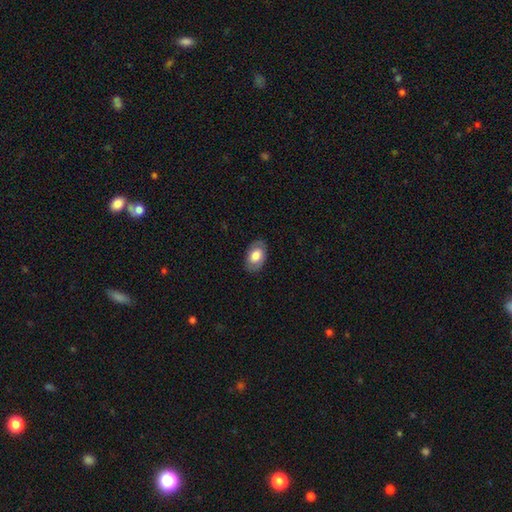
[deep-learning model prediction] Overall: smooth (72%). How rounded: in between (91%). Merging: none (84%).